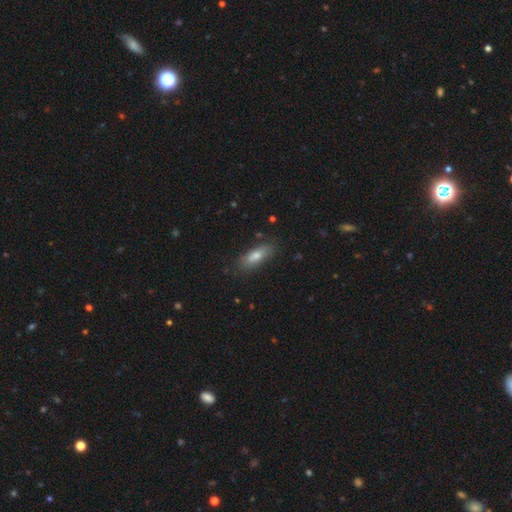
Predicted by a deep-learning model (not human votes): Q: Smooth or featured?
A: smooth (71%); runner-up: featured or disk (20%)
Q: How rounded?
A: in between (64%); runner-up: cigar-shaped (33%)
Q: Merging?
A: none (81%); runner-up: minor disturbance (14%)